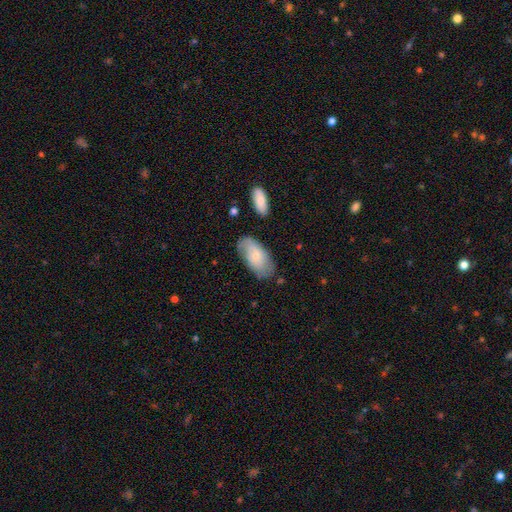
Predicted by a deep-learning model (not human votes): smooth-or-featured: smooth: 61% | featured or disk: 32% | star or artifact: 6%
  how-rounded: in between: 94% | round: 4% | cigar-shaped: 3%
  merging: none: 66% | minor disturbance: 23% | major disturbance: 8% | merger: 3%